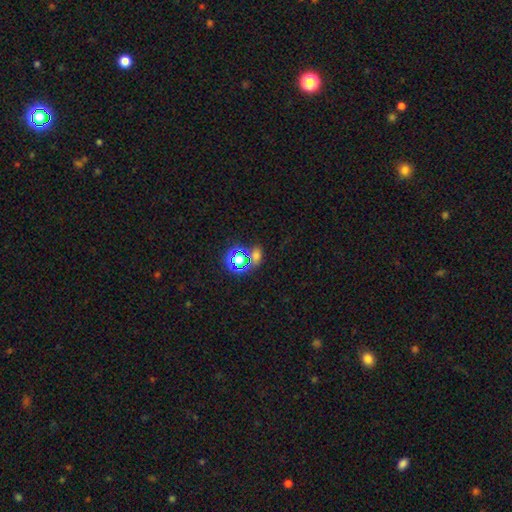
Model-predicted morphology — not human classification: This is possibly a smooth galaxy (49%). Merging: likely none (64%).